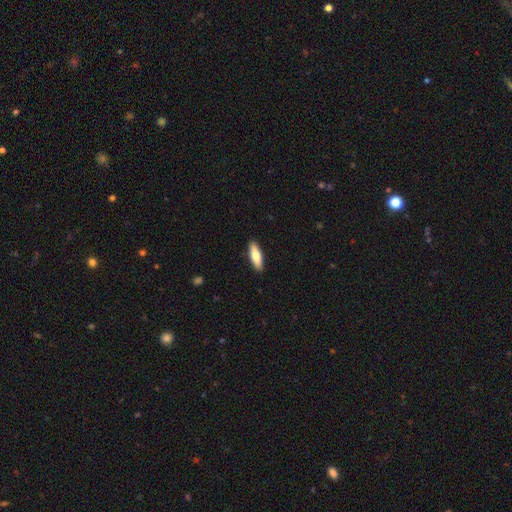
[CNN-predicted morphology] This is likely a smooth galaxy (72%). How rounded: possibly cigar-shaped (49%, tied with in between). Merging: clearly none (91%).